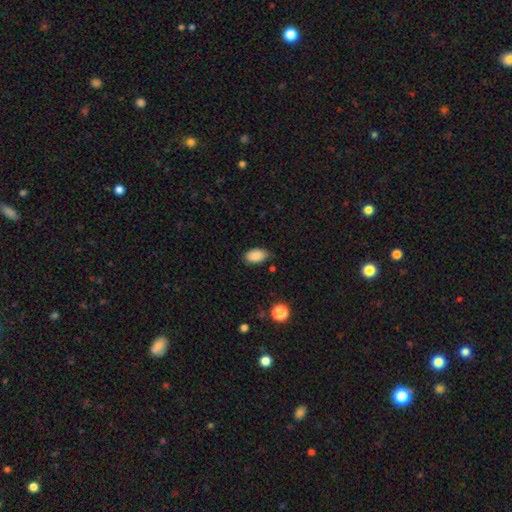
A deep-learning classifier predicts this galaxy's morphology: A smooth galaxy with no disk features (87%) that is in between round and cigar-shaped (92%).

Vote fractions:
- Smooth or featured? smooth: 87% / star or artifact: 8% / featured or disk: 5%
- How rounded? in between: 92% / round: 6% / cigar-shaped: 1%
- Merging? none: 74% / minor disturbance: 21% / major disturbance: 3% / merger: 2%